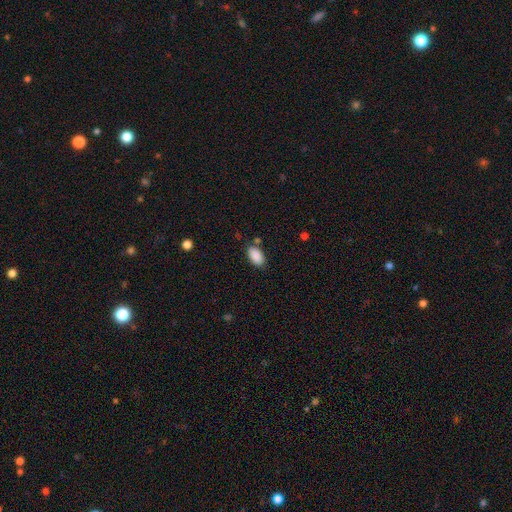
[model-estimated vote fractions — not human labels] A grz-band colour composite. It shows a smooth galaxy with no disk features (90%) that is in between round and cigar-shaped (94%). Merging: none (79%).